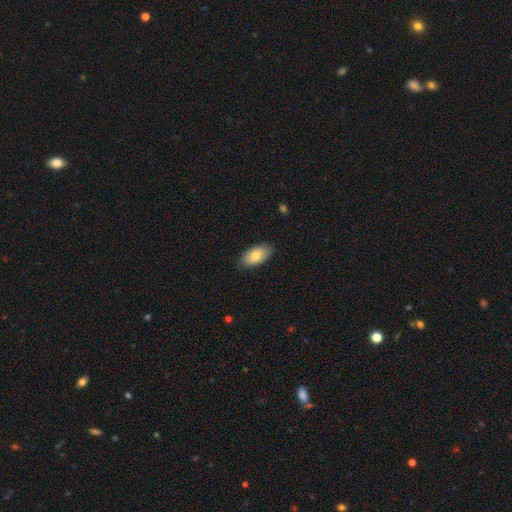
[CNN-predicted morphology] Overall: smooth (80%). How rounded: in between (93%). Merging: none (85%).